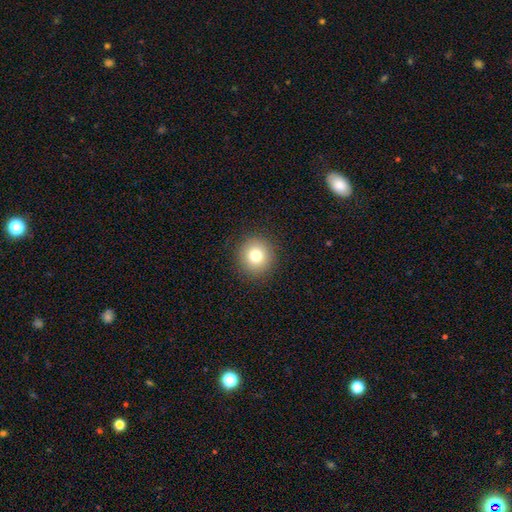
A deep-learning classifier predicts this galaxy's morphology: Overall: smooth (78%). How rounded: round (93%). Merging: none (91%).